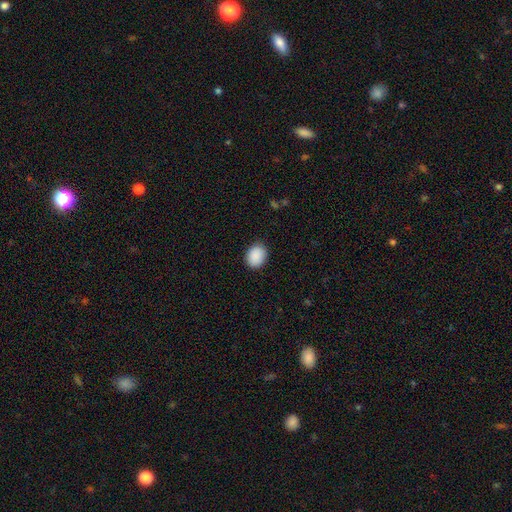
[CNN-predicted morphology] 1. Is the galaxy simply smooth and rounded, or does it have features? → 90% smooth, 7% star or artifact, 3% featured or disk.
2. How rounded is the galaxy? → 52% in between, 47% round, 1% cigar-shaped.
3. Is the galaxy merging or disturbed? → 88% none, 9% minor disturbance, 2% major disturbance, 1% merger.